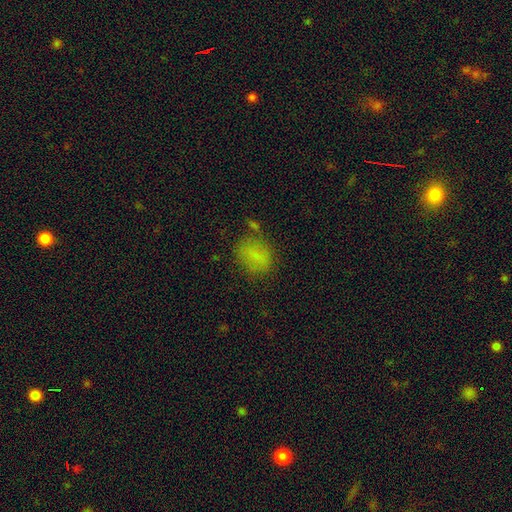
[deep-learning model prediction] A smooth galaxy with no disk features (74%) that is in between round and cigar-shaped (60%). Merging: none (65%).